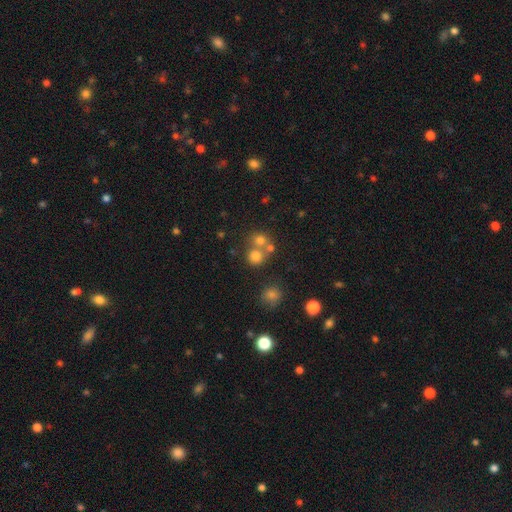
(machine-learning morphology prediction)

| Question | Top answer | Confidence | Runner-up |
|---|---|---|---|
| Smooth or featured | smooth | 73% | star or artifact (16%) |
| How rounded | round | 86% | in between (13%) |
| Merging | none | 50% | merger (40%) |